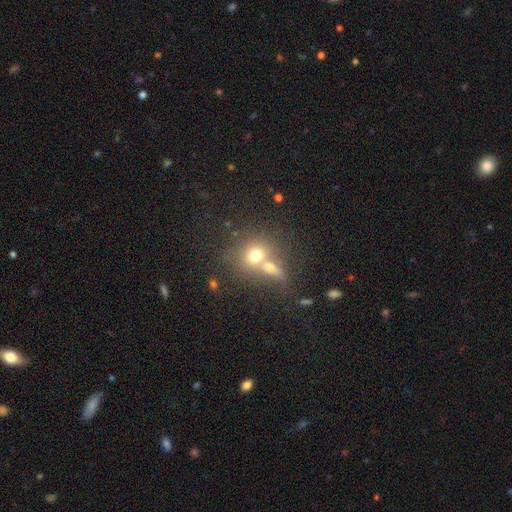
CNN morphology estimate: A smooth galaxy with no disk features (69%) that is round (69%).

Vote fractions:
- Smooth or featured? smooth: 69% / featured or disk: 19% / star or artifact: 13%
- How rounded? round: 69% / in between: 29% / cigar-shaped: 2%
- Merging? merger: 58% / none: 30% / minor disturbance: 7% / major disturbance: 5%